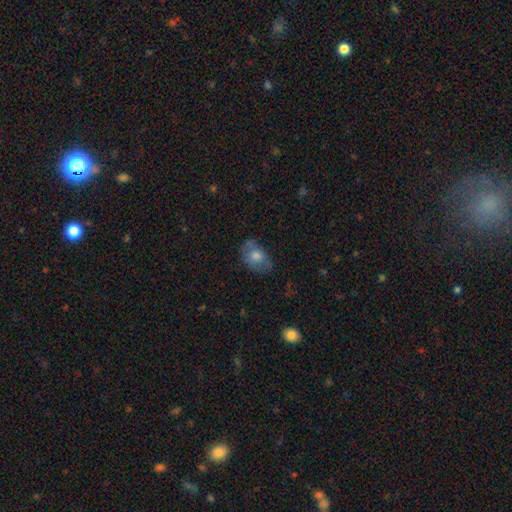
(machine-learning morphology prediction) Overall: smooth (67%). How rounded: in between (71%). Merging: none (62%; minor disturbance 26%).